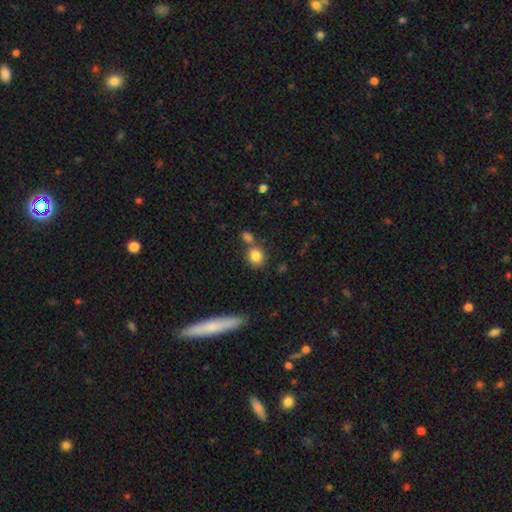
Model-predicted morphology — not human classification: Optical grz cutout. It shows a smooth galaxy with no disk features (84%) that is round (71%). Merging: none (63%).